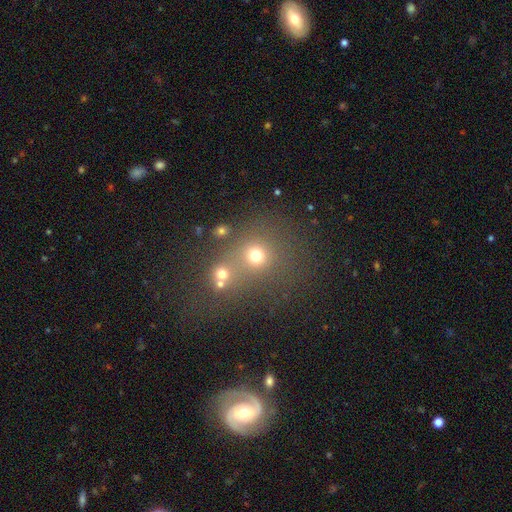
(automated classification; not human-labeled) This is likely a smooth galaxy (68%). How rounded: clearly round (81%). Merging: possibly none (55%).